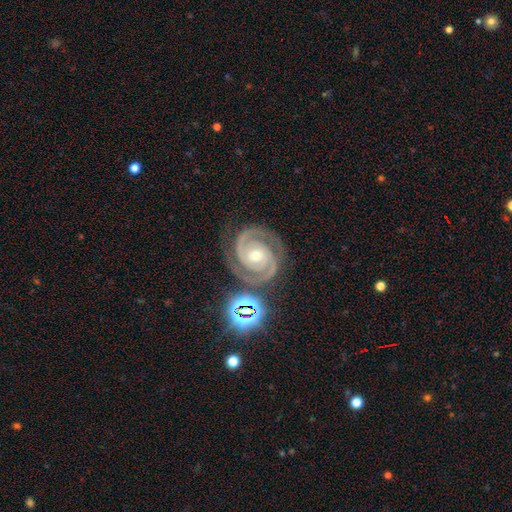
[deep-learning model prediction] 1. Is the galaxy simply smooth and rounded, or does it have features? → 92% featured or disk, 6% star or artifact, 2% smooth.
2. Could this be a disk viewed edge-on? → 98% no, 2% yes.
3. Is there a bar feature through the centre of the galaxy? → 63% no, 23% weak, 14% strong.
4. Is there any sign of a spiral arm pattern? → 99% yes, 1% no.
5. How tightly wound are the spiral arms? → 73% tight, 24% medium, 2% loose.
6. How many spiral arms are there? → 91% 2, 4% 3, 2% can't tell, 1% 1, 1% 4, 1% more than 4.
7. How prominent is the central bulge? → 52% moderate, 45% small, 2% large, 1% none, 1% dominant.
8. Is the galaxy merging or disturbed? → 82% none, 12% minor disturbance, 3% merger, 3% major disturbance.